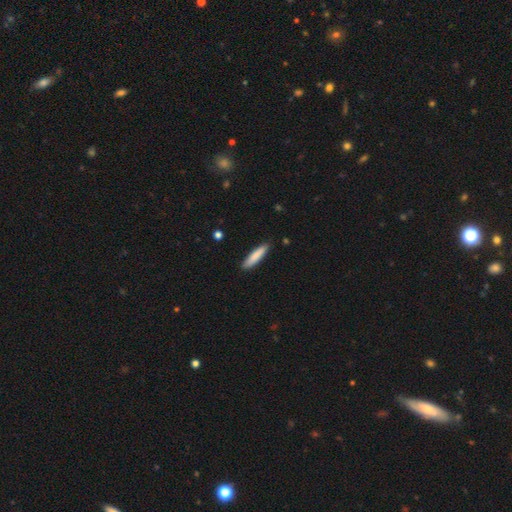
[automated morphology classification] This is clearly a smooth galaxy (84%). How rounded: clearly cigar-shaped (83%). Merging: clearly none (88%).